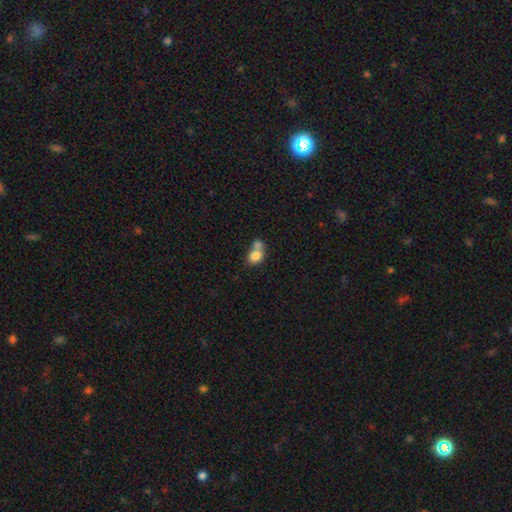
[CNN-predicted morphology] smooth-or-featured: smooth: 79% | featured or disk: 12% | star or artifact: 9%
  how-rounded: round: 56% | in between: 43% | cigar-shaped: 1%
  merging: merger: 62% | none: 26% | minor disturbance: 8% | major disturbance: 4%